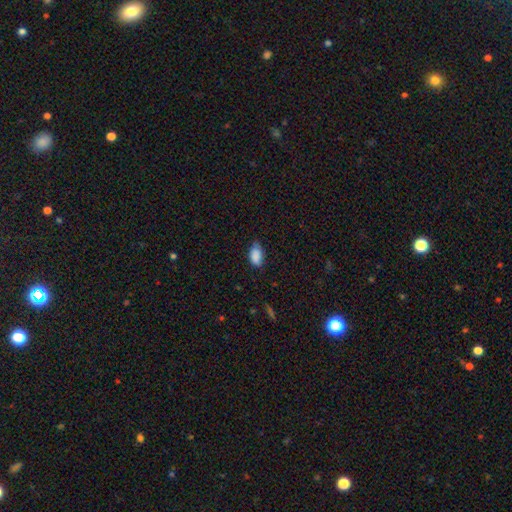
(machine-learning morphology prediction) Smooth or featured? Predicted: smooth (p=0.87). How rounded? Predicted: in between (p=0.93). Merging? Predicted: none (p=0.64).